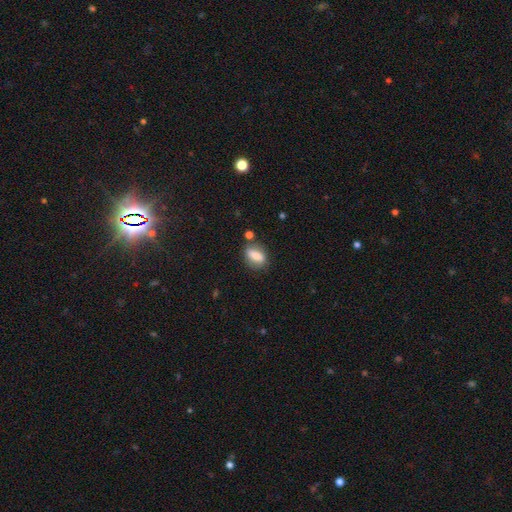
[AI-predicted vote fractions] A smooth galaxy with no disk features (80%) that is in between round and cigar-shaped (77%).

Vote fractions:
- Smooth or featured? smooth: 80% / featured or disk: 12% / star or artifact: 8%
- How rounded? in between: 77% / cigar-shaped: 13% / round: 11%
- Merging? none: 72% / minor disturbance: 17% / merger: 7% / major disturbance: 5%